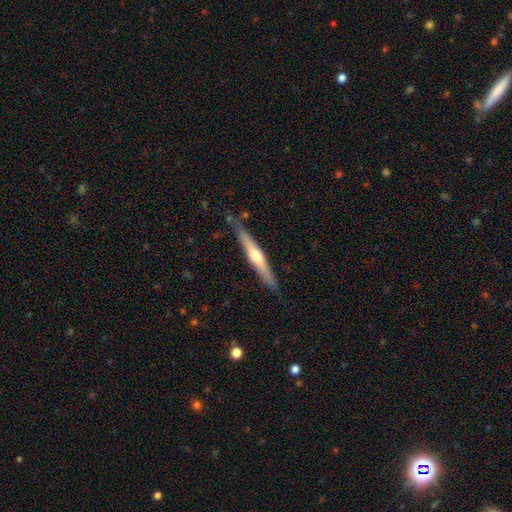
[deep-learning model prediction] Smooth or featured? Predicted: featured or disk (p=0.63). Edge-on disk? Predicted: yes (p=0.97). Edge-on bulge? Predicted: rounded (p=0.85). Merging? Predicted: none (p=0.85).